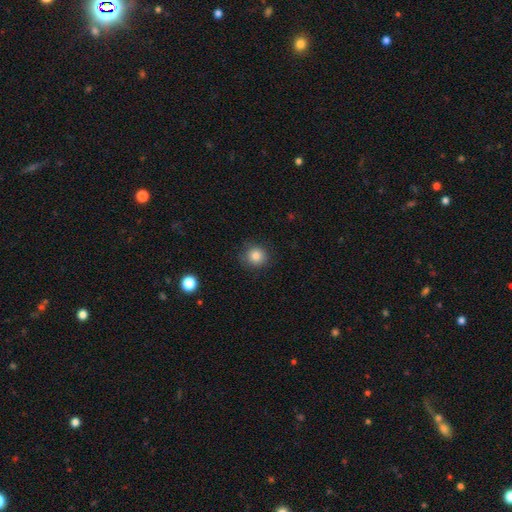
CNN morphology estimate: This is clearly a smooth galaxy (84%). How rounded: clearly round (90%). Merging: clearly none (87%).